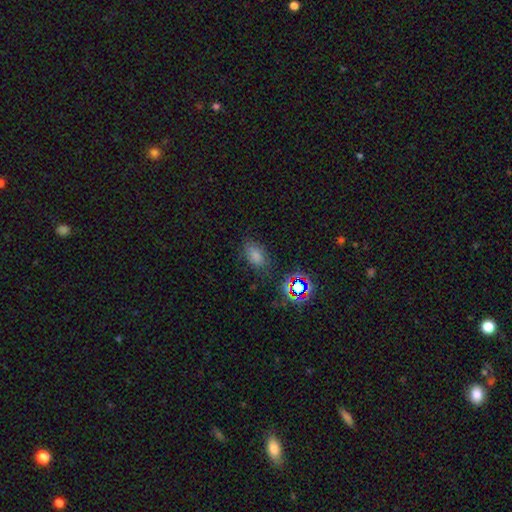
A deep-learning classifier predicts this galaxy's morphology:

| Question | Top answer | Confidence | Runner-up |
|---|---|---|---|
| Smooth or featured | smooth | 70% | star or artifact (22%) |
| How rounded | in between | 85% | round (13%) |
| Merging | none | 75% | minor disturbance (16%) |